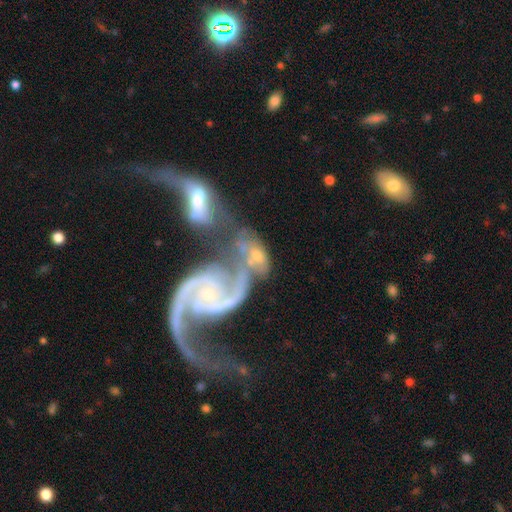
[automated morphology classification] Smooth or featured: featured or disk — 75% (smooth — 18%)
Edge-on disk: no — 96% (yes — 4%)
Bar: no — 63% (weak — 28%)
Spiral arms: yes — 88% (no — 12%)
Spiral winding: medium — 44% (loose — 32%)
Spiral arm count: 2 — 79% (can't tell — 9%)
Bulge size: small — 67% (moderate — 24%)
Merging: merger — 58% (none — 17%)